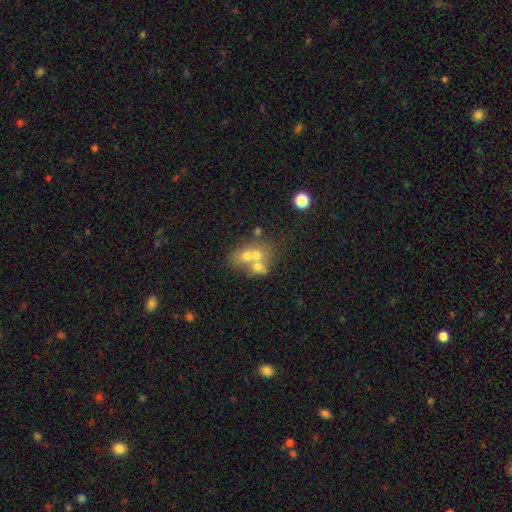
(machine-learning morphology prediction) This appears to be a smooth galaxy with no disk features (49%). Merging: merger (60%).